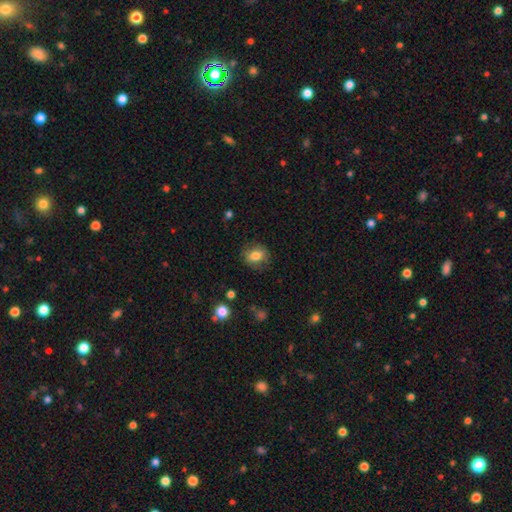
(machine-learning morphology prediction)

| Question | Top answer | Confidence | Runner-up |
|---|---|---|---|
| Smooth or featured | smooth | 77% | featured or disk (14%) |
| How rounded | in between | 50% | round (48%) |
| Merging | none | 80% | minor disturbance (14%) |